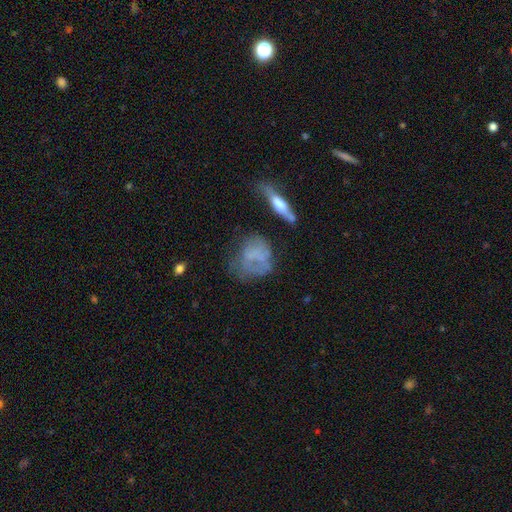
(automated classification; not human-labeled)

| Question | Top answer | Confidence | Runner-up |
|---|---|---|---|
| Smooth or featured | smooth | 46% | featured or disk (42%) |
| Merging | none | 39% | major disturbance (30%) |